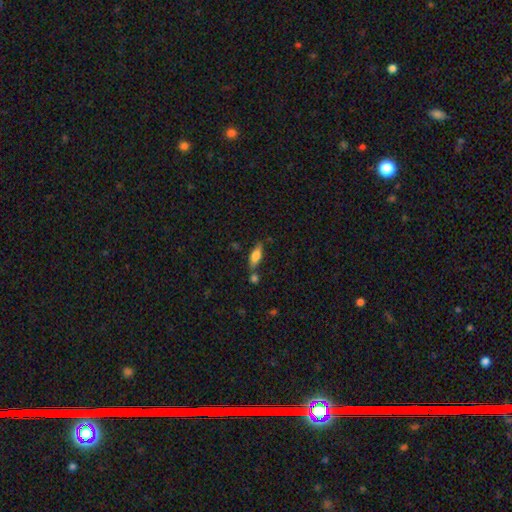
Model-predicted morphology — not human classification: smooth 70%, featured or disk 23%, star or artifact 7%. Down the decision tree: how rounded — in between (62%); merging — none (68%).